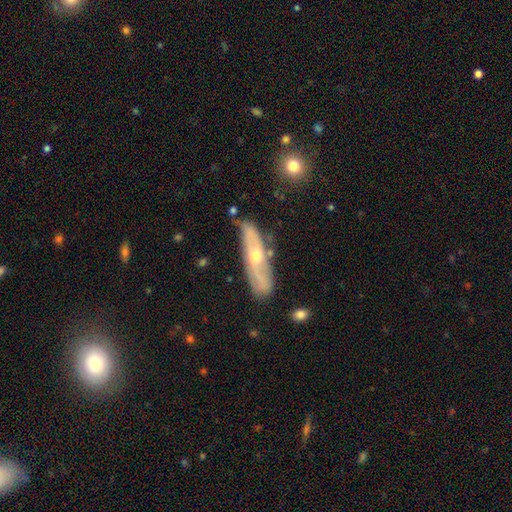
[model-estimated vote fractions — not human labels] Q: Smooth or featured?
A: featured or disk (67%); runner-up: smooth (26%)
Q: Edge-on disk?
A: no (58%); runner-up: yes (42%)
Q: Merging?
A: none (71%); runner-up: minor disturbance (20%)